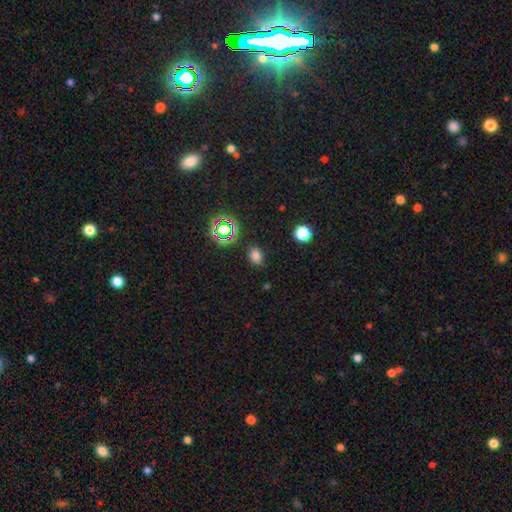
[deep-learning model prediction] A smooth galaxy with no disk features (74%) that is in between round and cigar-shaped (67%).

Vote fractions:
- Smooth or featured? smooth: 74% / star or artifact: 21% / featured or disk: 5%
- How rounded? in between: 67% / round: 31% / cigar-shaped: 1%
- Merging? none: 84% / minor disturbance: 11% / major disturbance: 3% / merger: 2%